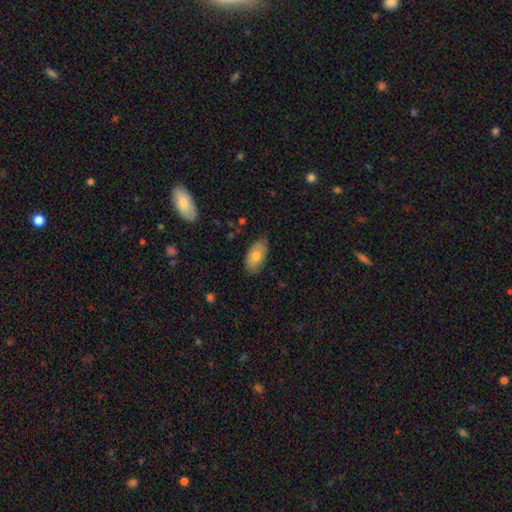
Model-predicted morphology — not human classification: type=smooth (74%); roundness=in between (93%); merging=none (79%).